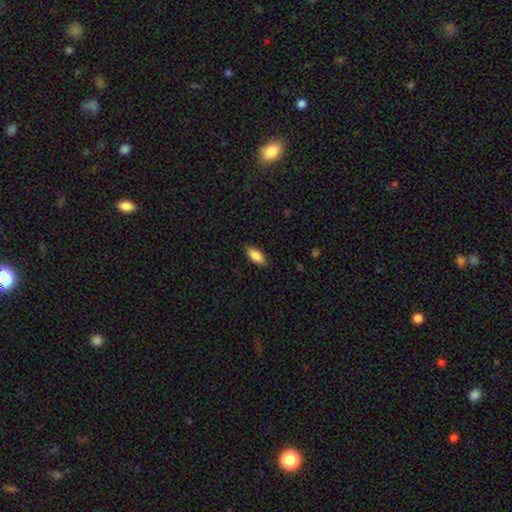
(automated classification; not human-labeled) This appears to be a smooth galaxy with no disk features (82%) that is in between round and cigar-shaped (80%). Merging: none (85%).